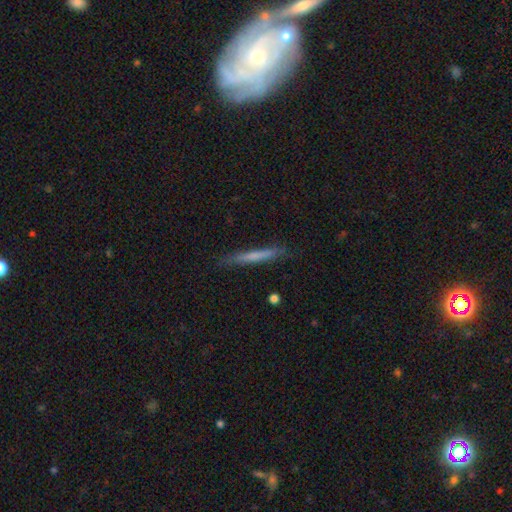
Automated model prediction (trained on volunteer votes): smooth_or_featured: smooth (p=0.60) [alt: featured or disk p=0.34]
how_rounded: cigar-shaped (p=0.96) [alt: in between p=0.03]
merging: none (p=0.84) [alt: minor disturbance p=0.12]